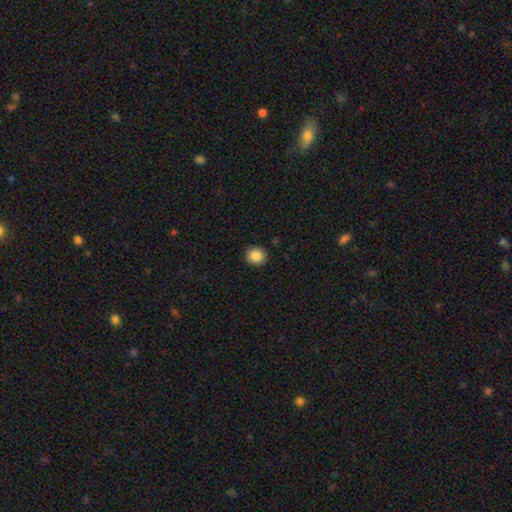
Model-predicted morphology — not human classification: Smooth or featured?
  - smooth: 87% *
  - star or artifact: 9%
  - featured or disk: 4%
How rounded?
  - round: 90% *
  - in between: 9%
  - cigar-shaped: 1%
Merging?
  - none: 92% *
  - minor disturbance: 5%
  - major disturbance: 2%
  - merger: 1%